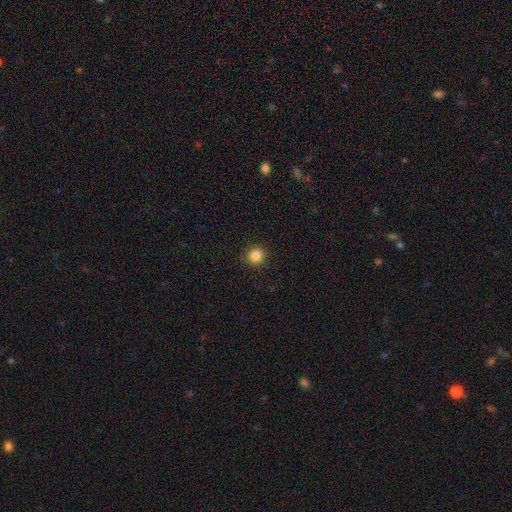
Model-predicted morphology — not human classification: smooth_or_featured: smooth (p=0.86) [alt: star or artifact p=0.11]
how_rounded: round (p=0.95) [alt: in between p=0.04]
merging: none (p=0.91) [alt: minor disturbance p=0.06]